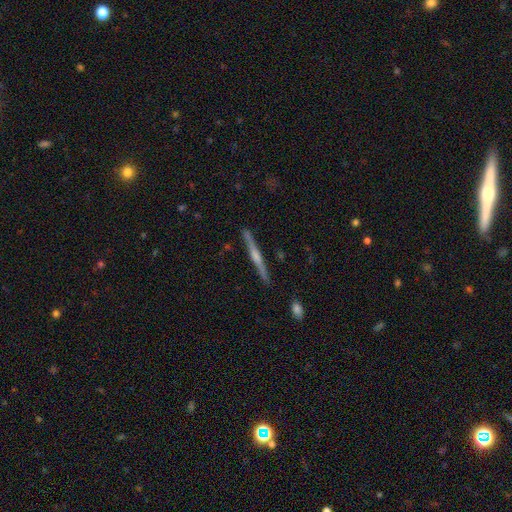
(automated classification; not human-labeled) smooth_or_featured: featured or disk (p=0.70) [alt: smooth p=0.19]
disk_edge_on: yes (p=0.95) [alt: no p=0.05]
edge_on_bulge: rounded (p=0.79) [alt: none p=0.14]
merging: none (p=0.87) [alt: minor disturbance p=0.09]